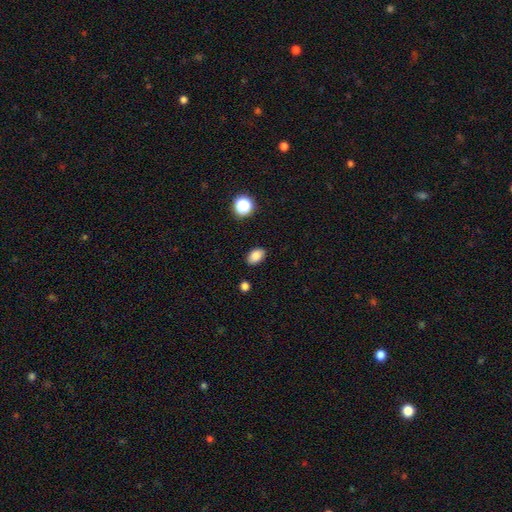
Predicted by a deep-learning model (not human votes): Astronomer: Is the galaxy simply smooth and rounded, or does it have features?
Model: smooth — 85%.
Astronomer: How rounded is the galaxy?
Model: in between — 86%.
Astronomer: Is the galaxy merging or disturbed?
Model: none — 87%.